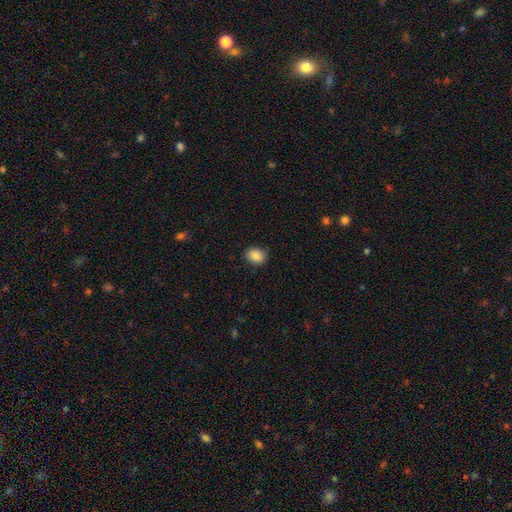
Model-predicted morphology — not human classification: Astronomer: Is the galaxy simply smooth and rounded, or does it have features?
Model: smooth — 86%.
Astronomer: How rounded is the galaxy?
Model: round — 59% (runner-up: in between, 40%).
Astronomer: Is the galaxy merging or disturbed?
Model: none — 81%.